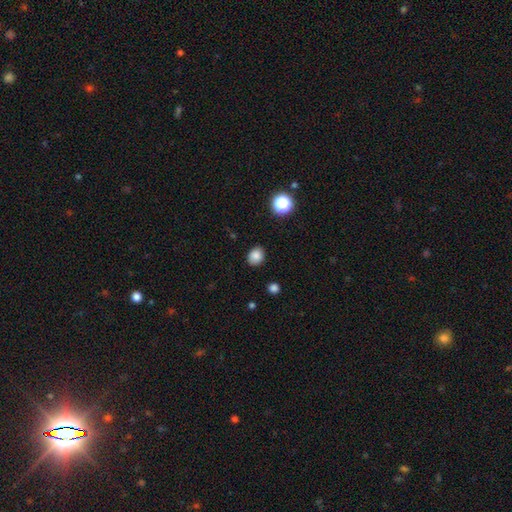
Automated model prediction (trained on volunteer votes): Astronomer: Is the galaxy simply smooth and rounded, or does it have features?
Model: smooth — 84%.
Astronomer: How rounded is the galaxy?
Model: round — 58% (runner-up: in between, 42%).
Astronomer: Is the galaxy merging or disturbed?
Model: none — 87%.